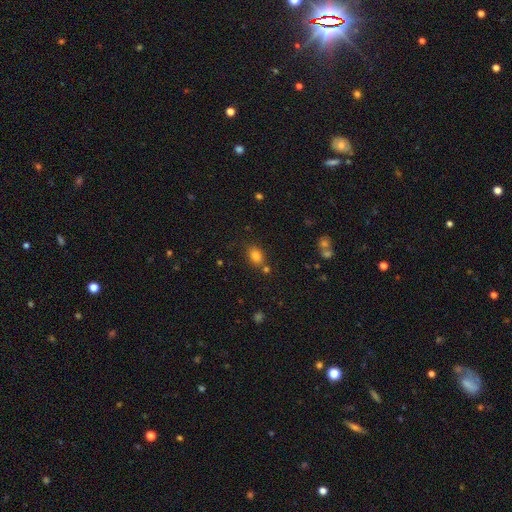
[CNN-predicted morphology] This is clearly a smooth galaxy (82%). How rounded: likely in between (71%). Merging: likely none (70%).